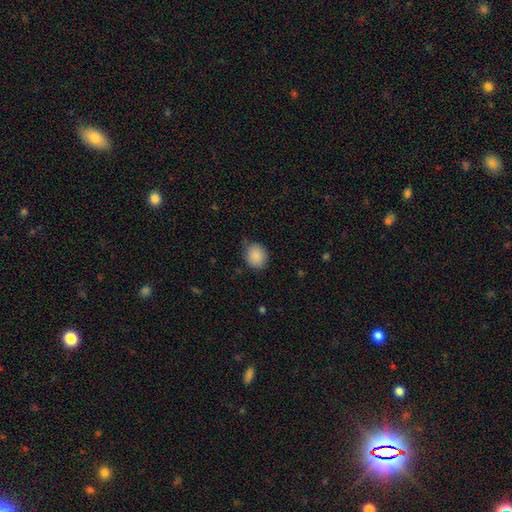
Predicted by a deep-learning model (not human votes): A smooth galaxy with no disk features (88%) that is round (64%). Merging: none (70%).